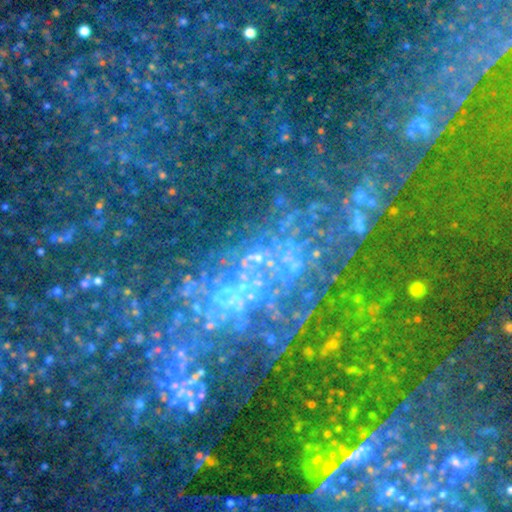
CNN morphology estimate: Smooth or featured? featured or disk (48%)
Merging? none (51%)